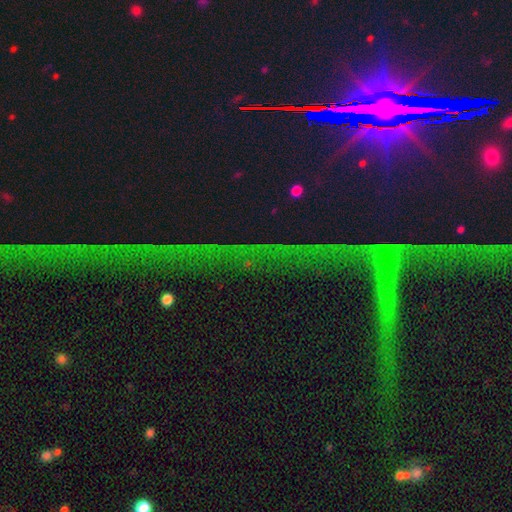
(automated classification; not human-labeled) This appears to be a star or artifact, not a galaxy (83%).